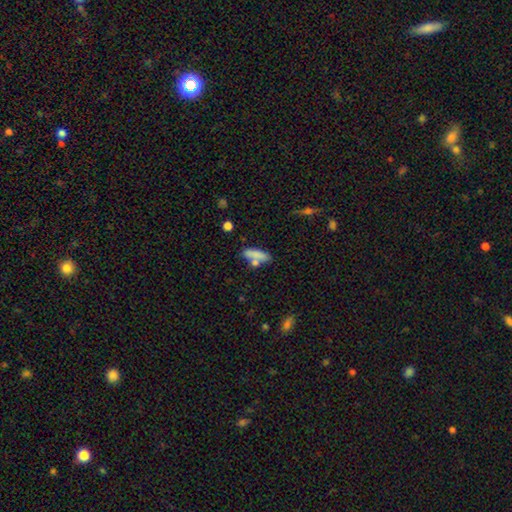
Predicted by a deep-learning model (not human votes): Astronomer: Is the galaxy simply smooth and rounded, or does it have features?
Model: smooth — 78%.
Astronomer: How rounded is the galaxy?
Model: in between — 52% (runner-up: cigar-shaped, 45%).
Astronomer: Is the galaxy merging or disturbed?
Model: none — 55%.